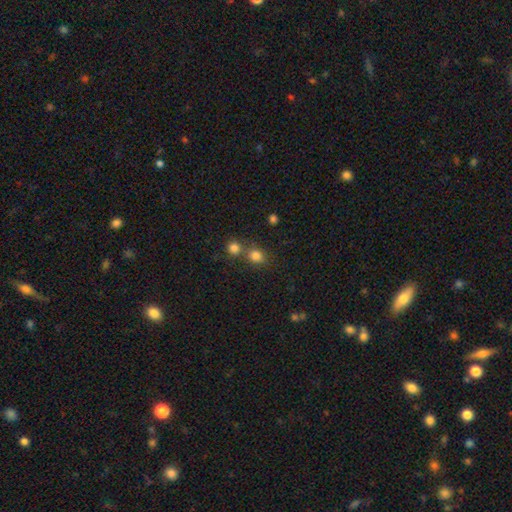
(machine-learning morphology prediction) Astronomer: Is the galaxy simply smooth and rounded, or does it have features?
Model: smooth — 80%.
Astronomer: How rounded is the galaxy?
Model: round — 75%.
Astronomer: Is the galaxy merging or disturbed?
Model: none — 55% (runner-up: merger, 33%).